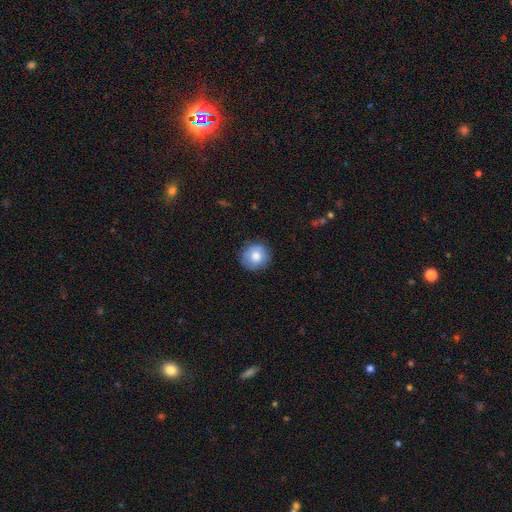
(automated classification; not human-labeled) Morphology: type=smooth (80%); roundness=round (92%); merging=none (87%).